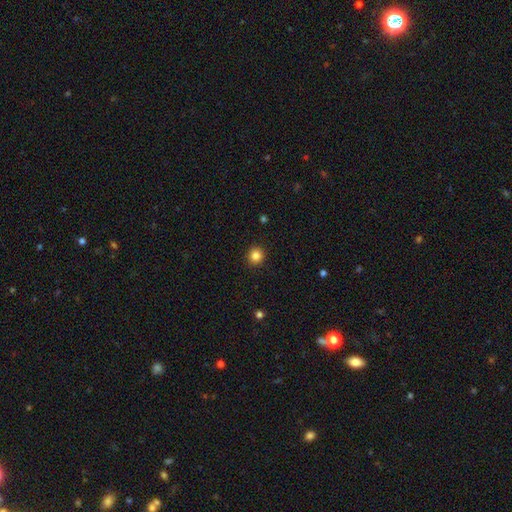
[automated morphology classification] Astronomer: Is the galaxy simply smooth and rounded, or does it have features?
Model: smooth — 85%.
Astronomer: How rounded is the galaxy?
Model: round — 92%.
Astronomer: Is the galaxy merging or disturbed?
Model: none — 92%.